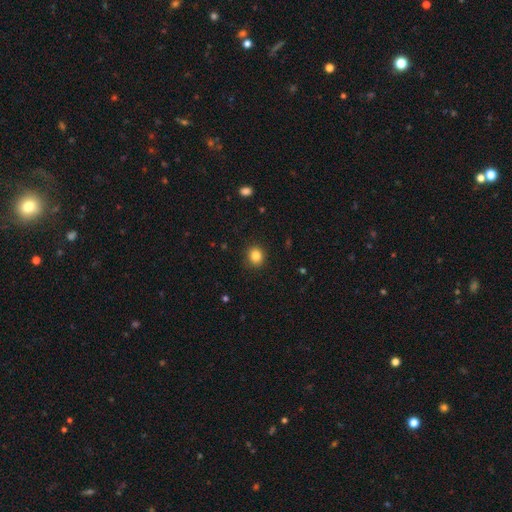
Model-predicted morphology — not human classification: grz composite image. It shows a smooth galaxy with no disk features (84%) that is round (82%). Merging: none (90%).